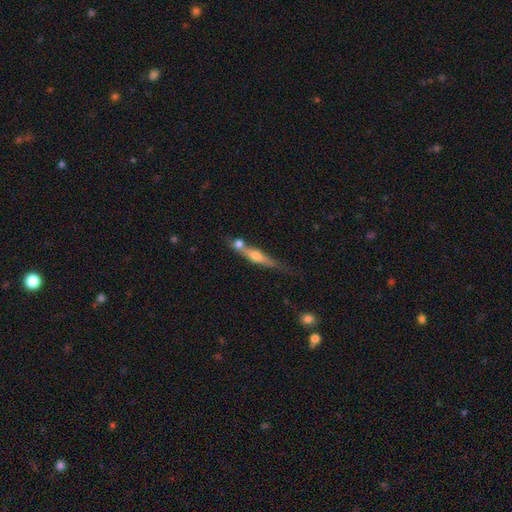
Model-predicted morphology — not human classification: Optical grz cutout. It shows a featured or disk galaxy (63%) viewed edge-on (93%) with a rounded central bulge (87%). Merging: none (54%).